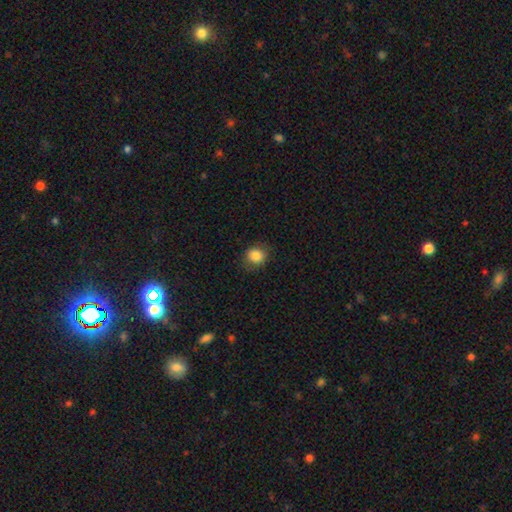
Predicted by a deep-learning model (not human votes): A smooth galaxy with no disk features (84%) that is round (75%). Merging: none (79%).